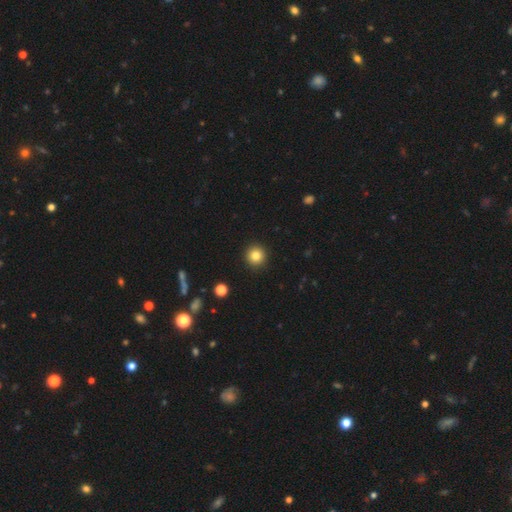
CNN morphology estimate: A smooth galaxy with no disk features (83%) that is round (95%).

Vote fractions:
- Smooth or featured? smooth: 83% / star or artifact: 11% / featured or disk: 6%
- How rounded? round: 95% / in between: 4% / cigar-shaped: 1%
- Merging? none: 93% / minor disturbance: 5% / major disturbance: 2% / merger: 1%